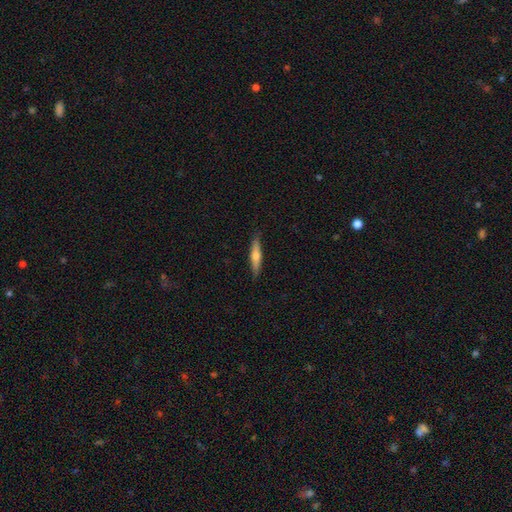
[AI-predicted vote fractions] Morphology: type=smooth (53%); roundness=cigar-shaped (86%); merging=none (86%).